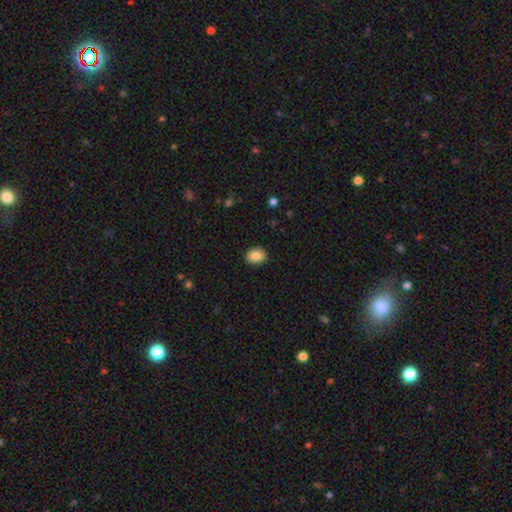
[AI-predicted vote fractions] This appears to be a smooth galaxy with no disk features (86%) that is in between round and cigar-shaped (61%). Merging: none (89%).